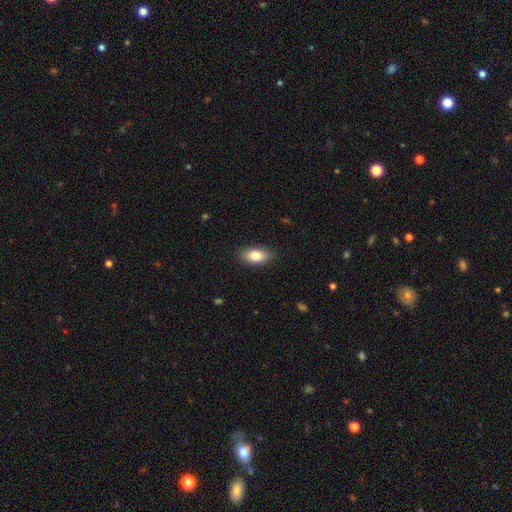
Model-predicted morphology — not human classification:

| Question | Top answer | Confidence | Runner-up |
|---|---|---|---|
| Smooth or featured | smooth | 84% | featured or disk (9%) |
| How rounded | in between | 91% | round (5%) |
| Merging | none | 89% | minor disturbance (8%) |